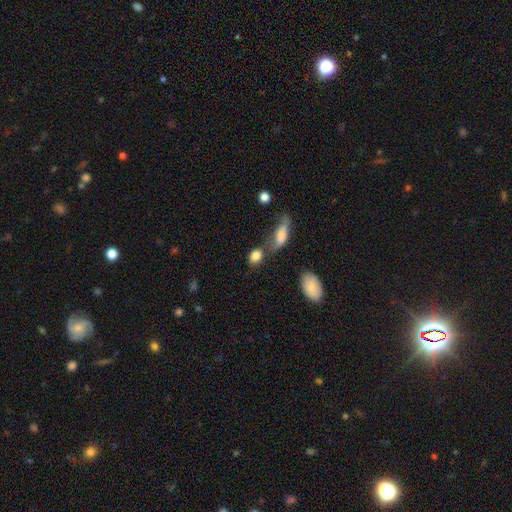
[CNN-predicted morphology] Smooth or featured? Predicted: smooth (p=0.82). How rounded? Predicted: in between (p=0.67). Merging? Predicted: none (p=0.43).